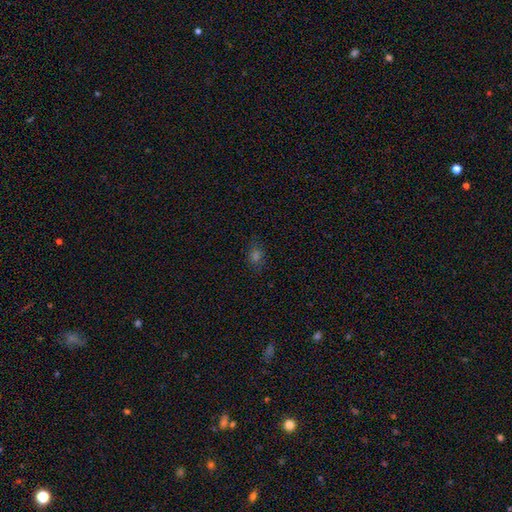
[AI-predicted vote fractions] Smooth or featured? Predicted: smooth (p=0.61). How rounded? Predicted: round (p=0.51). Merging? Predicted: none (p=0.84).